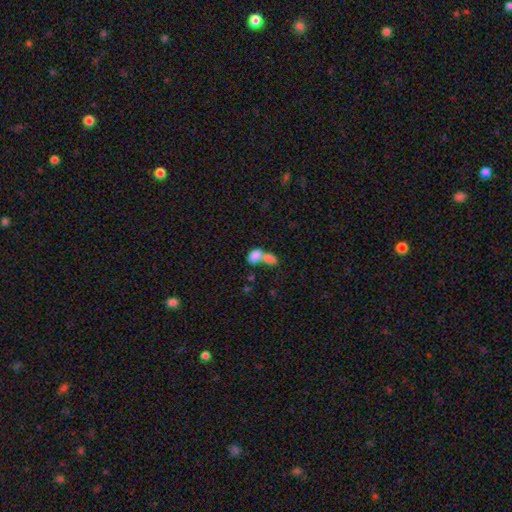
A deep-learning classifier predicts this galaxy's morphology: Q: Smooth or featured?
A: smooth (80%); runner-up: featured or disk (11%)
Q: How rounded?
A: in between (87%); runner-up: round (11%)
Q: Merging?
A: merger (72%); runner-up: none (17%)